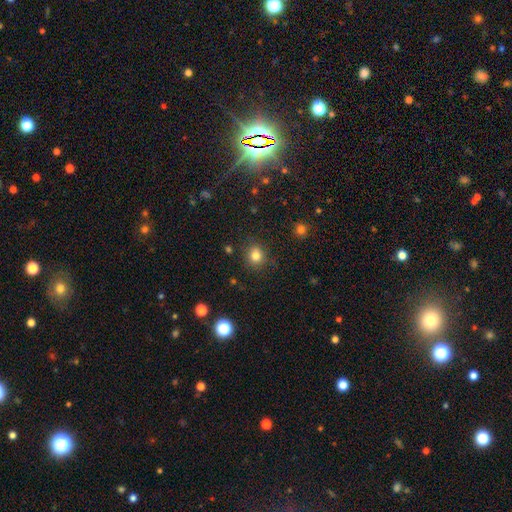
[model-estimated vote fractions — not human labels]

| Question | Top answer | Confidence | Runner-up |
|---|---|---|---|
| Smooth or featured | smooth | 81% | star or artifact (13%) |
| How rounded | round | 78% | in between (21%) |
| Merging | none | 85% | minor disturbance (10%) |